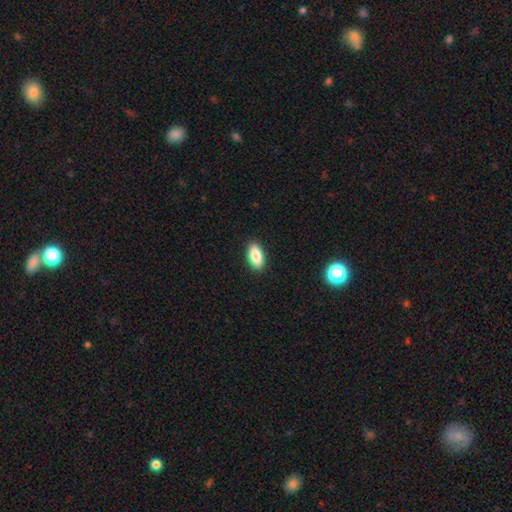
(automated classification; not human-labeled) Morphology: type=smooth (85%); roundness=in between (89%); merging=none (90%).